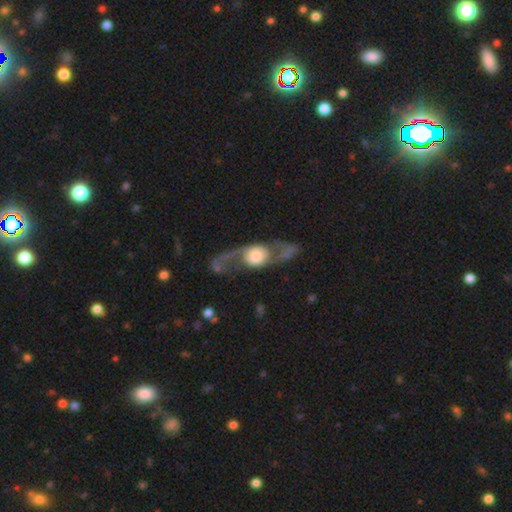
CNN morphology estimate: The model was most divided on "bulge size": large: 43%, moderate: 26%, dominant: 16%, small: 12%, none: 3%. More confident: edge-on disk — no (82%); spiral arms — yes (75%); bar — no (74%); smooth or featured — featured or disk (71%); merging — none (51%).